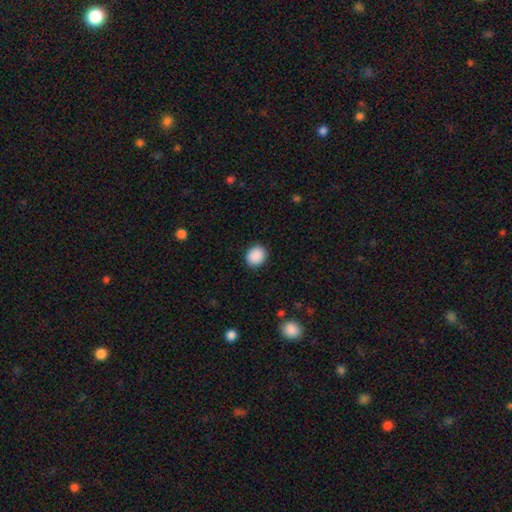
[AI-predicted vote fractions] The model was most divided on "how rounded": round: 74%, in between: 25%, cigar-shaped: 1%. More confident: merging — none (90%); smooth or featured — smooth (90%).